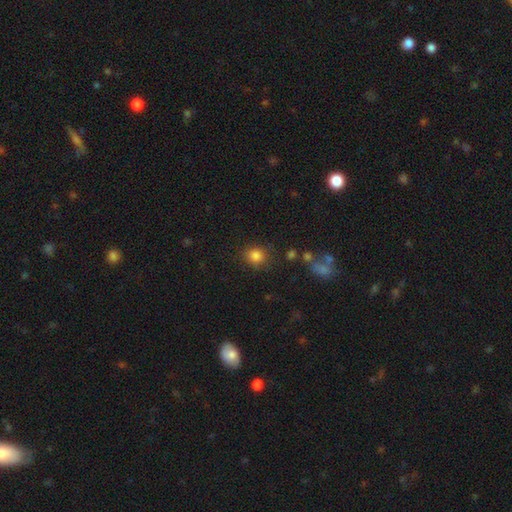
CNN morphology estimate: Smooth or featured? smooth (84%)
How rounded? round (83%)
Merging? none (82%)